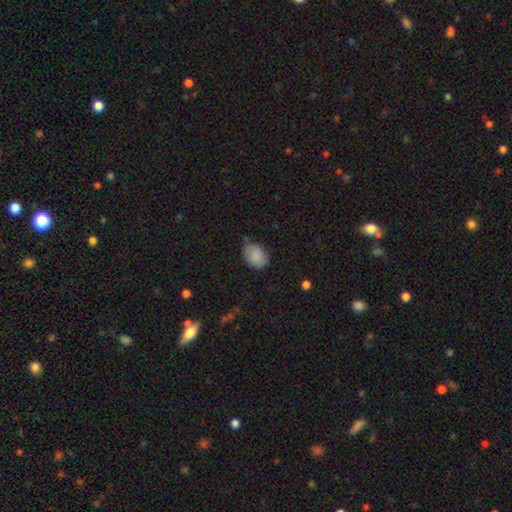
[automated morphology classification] A smooth galaxy with no disk features (88%) that is in between round and cigar-shaped (71%).

Vote fractions:
- Smooth or featured? smooth: 88% / star or artifact: 7% / featured or disk: 5%
- How rounded? in between: 71% / round: 28% / cigar-shaped: 1%
- Merging? none: 74% / minor disturbance: 20% / major disturbance: 4% / merger: 2%